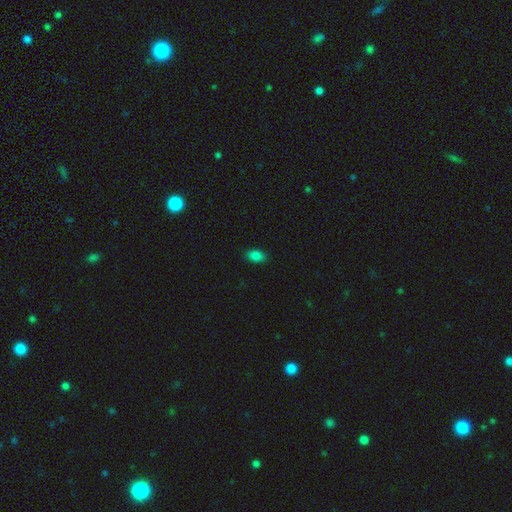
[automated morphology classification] A smooth galaxy with no disk features (84%) that is in between round and cigar-shaped (87%).

Vote fractions:
- Smooth or featured? smooth: 84% / star or artifact: 12% / featured or disk: 4%
- How rounded? in between: 87% / round: 11% / cigar-shaped: 2%
- Merging? none: 87% / minor disturbance: 10% / major disturbance: 2% / merger: 1%